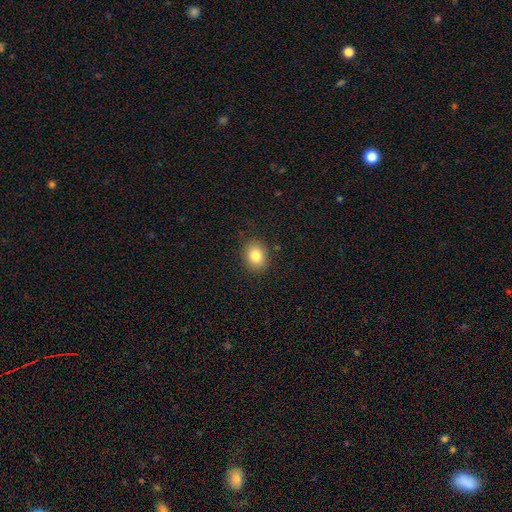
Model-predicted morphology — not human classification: Q: Smooth or featured?
A: smooth (82%); runner-up: star or artifact (10%)
Q: How rounded?
A: round (51%); runner-up: in between (48%)
Q: Merging?
A: none (87%); runner-up: minor disturbance (10%)